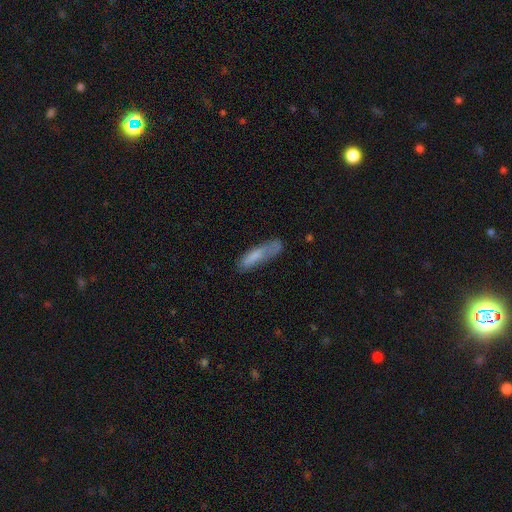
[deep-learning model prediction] Overall: smooth (72%). How rounded: cigar-shaped (70%). Merging: none (55%; minor disturbance 28%).